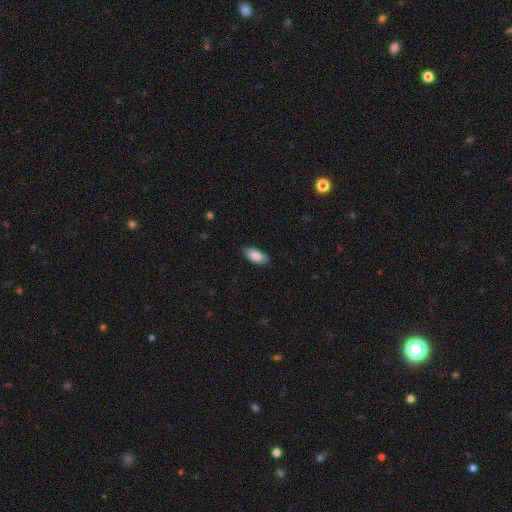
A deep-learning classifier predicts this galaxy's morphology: Q: Smooth or featured?
A: smooth (85%); runner-up: featured or disk (8%)
Q: How rounded?
A: in between (90%); runner-up: cigar-shaped (8%)
Q: Merging?
A: none (86%); runner-up: minor disturbance (11%)